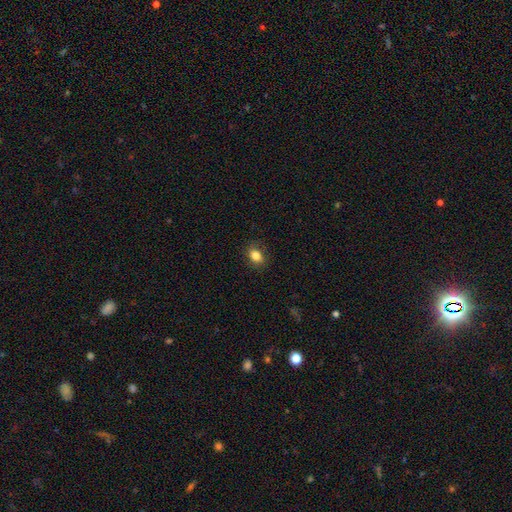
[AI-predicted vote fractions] Smooth or featured? Predicted: smooth (p=0.83). How rounded? Predicted: in between (p=0.65). Merging? Predicted: none (p=0.85).